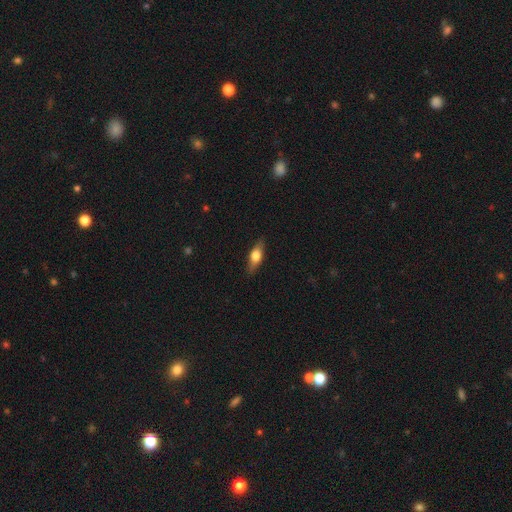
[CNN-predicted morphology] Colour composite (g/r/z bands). It shows a smooth galaxy with no disk features (55%) that is in between round and cigar-shaped (60%). Merging: none (86%).